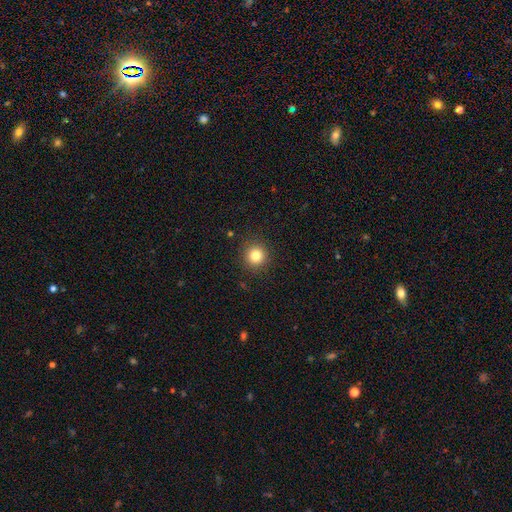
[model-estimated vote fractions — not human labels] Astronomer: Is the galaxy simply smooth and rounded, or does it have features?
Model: smooth — 82%.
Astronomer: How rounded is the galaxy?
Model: round — 94%.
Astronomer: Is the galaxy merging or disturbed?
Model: none — 90%.